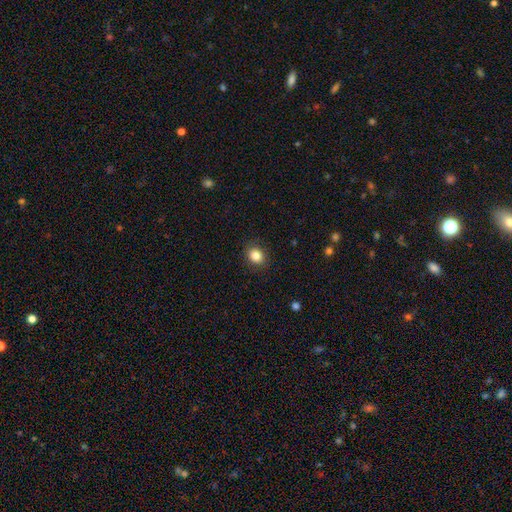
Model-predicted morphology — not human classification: smooth_or_featured: smooth (p=0.85) [alt: star or artifact p=0.10]
how_rounded: round (p=0.65) [alt: in between p=0.34]
merging: none (p=0.89) [alt: minor disturbance p=0.08]